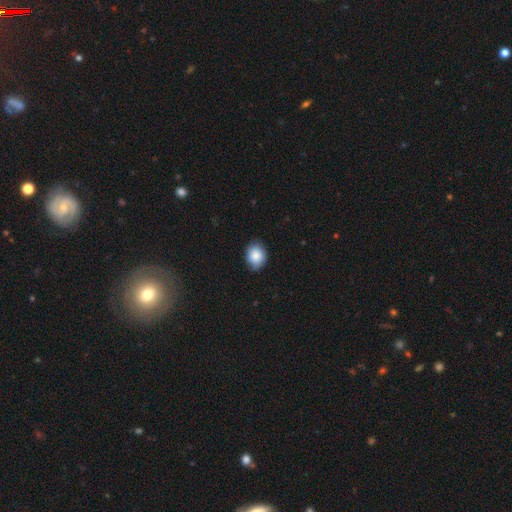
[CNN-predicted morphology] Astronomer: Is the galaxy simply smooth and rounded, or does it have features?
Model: smooth — 85%.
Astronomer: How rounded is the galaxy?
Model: in between — 55% (runner-up: round, 44%).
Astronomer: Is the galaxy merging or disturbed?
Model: none — 80%.